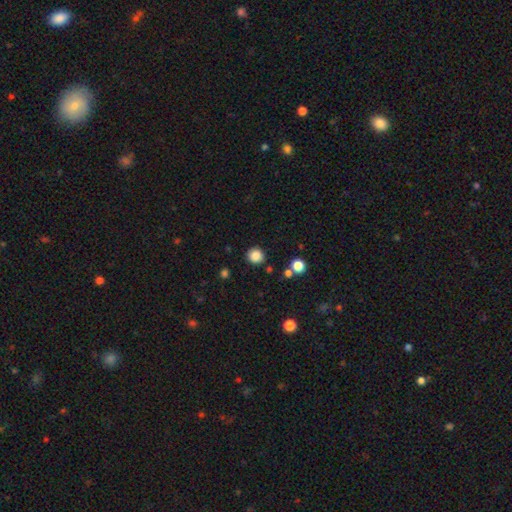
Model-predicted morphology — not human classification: Smooth or featured?
  - smooth: 85% *
  - star or artifact: 11%
  - featured or disk: 4%
How rounded?
  - round: 92% *
  - in between: 7%
  - cigar-shaped: 1%
Merging?
  - none: 89% *
  - minor disturbance: 6%
  - merger: 3%
  - major disturbance: 2%